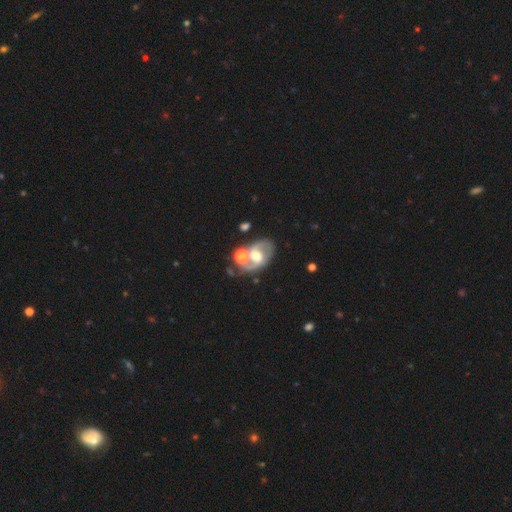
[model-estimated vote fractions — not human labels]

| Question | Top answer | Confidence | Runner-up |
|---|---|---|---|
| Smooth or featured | featured or disk | 77% | smooth (16%) |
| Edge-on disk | no | 96% | yes (4%) |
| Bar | weak | 42% | no (37%) |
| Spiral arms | yes | 84% | no (16%) |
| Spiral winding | medium | 52% | loose (29%) |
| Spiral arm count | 2 | 87% | can't tell (6%) |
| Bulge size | moderate | 64% | large (16%) |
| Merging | none | 55% | merger (22%) |